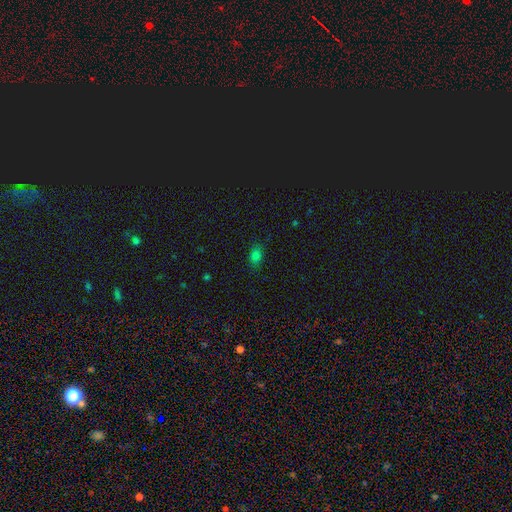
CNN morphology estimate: A smooth galaxy with no disk features (77%) that is in between round and cigar-shaped (79%).

Vote fractions:
- Smooth or featured? smooth: 77% / star or artifact: 16% / featured or disk: 7%
- How rounded? in between: 79% / round: 18% / cigar-shaped: 3%
- Merging? none: 83% / minor disturbance: 13% / major disturbance: 3% / merger: 1%